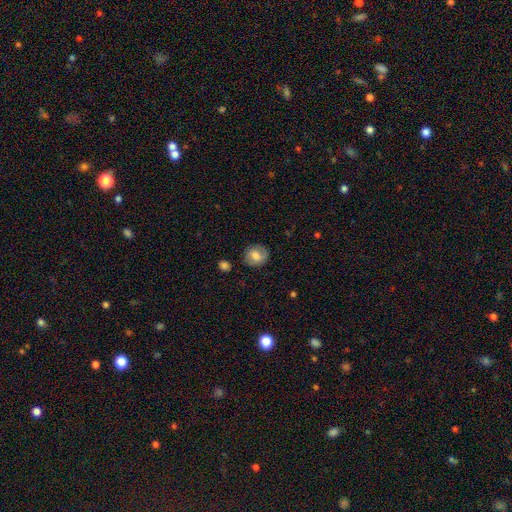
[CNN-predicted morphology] This is likely a smooth galaxy (63%). How rounded: likely round (67%). Merging: likely none (77%).